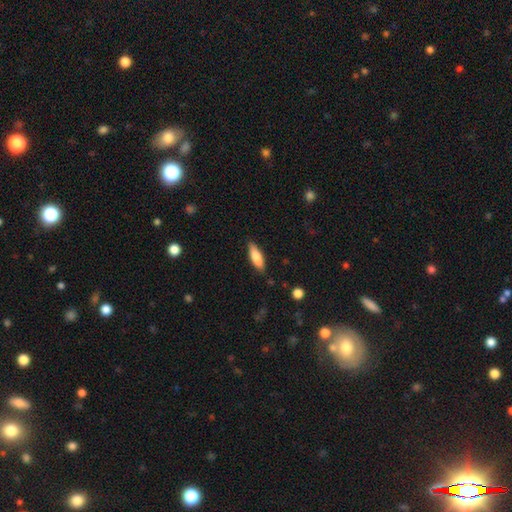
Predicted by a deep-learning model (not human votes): Morphology: type=smooth (78%); roundness=cigar-shaped (51%); merging=none (83%).